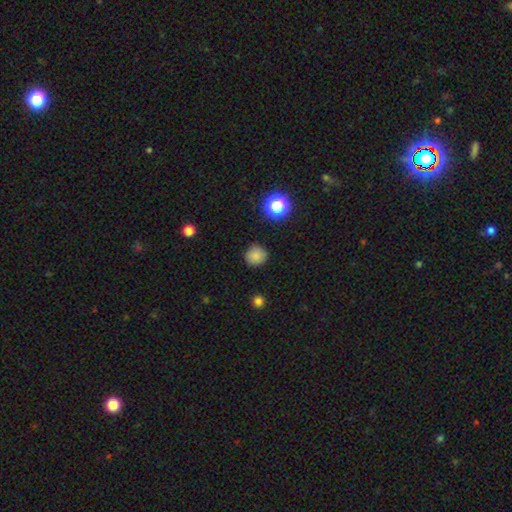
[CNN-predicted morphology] A smooth galaxy with no disk features (82%) that is round (92%).

Vote fractions:
- Smooth or featured? smooth: 82% / star or artifact: 13% / featured or disk: 5%
- How rounded? round: 92% / in between: 7% / cigar-shaped: 1%
- Merging? none: 85% / minor disturbance: 11% / major disturbance: 3% / merger: 1%